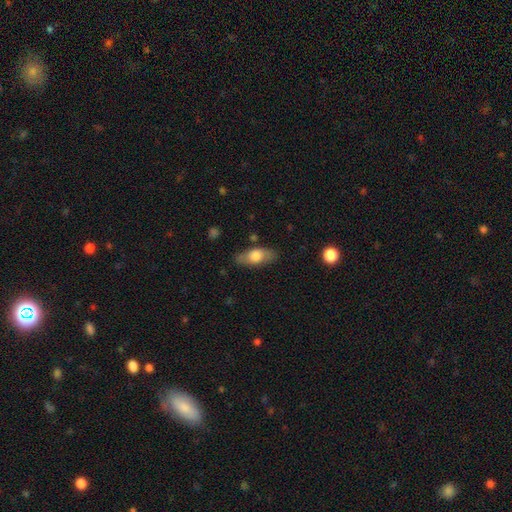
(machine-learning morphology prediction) smooth_or_featured: smooth (p=0.67) [alt: featured or disk p=0.27]
how_rounded: in between (p=0.81) [alt: cigar-shaped p=0.14]
merging: none (p=0.81) [alt: minor disturbance p=0.14]